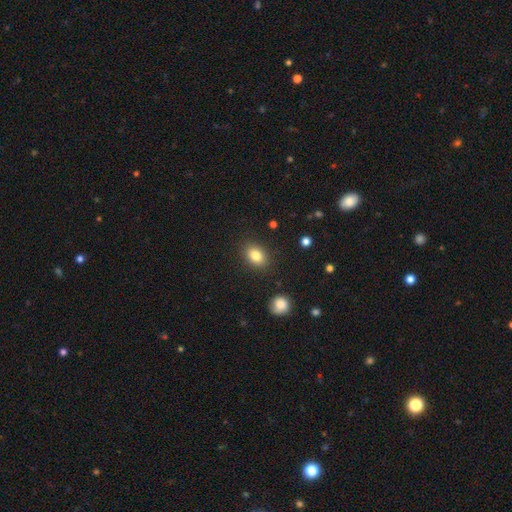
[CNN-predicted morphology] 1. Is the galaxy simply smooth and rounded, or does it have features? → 83% smooth, 9% star or artifact, 8% featured or disk.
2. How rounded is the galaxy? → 69% in between, 30% round, 1% cigar-shaped.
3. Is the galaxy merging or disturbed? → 87% none, 9% minor disturbance, 3% major disturbance, 2% merger.